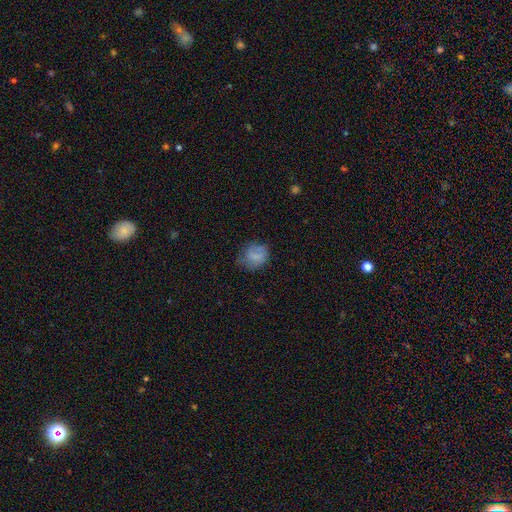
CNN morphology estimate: Smooth or featured: smooth — 75% (featured or disk — 15%)
How rounded: round — 57% (in between — 42%)
Merging: none — 56% (minor disturbance — 29%)